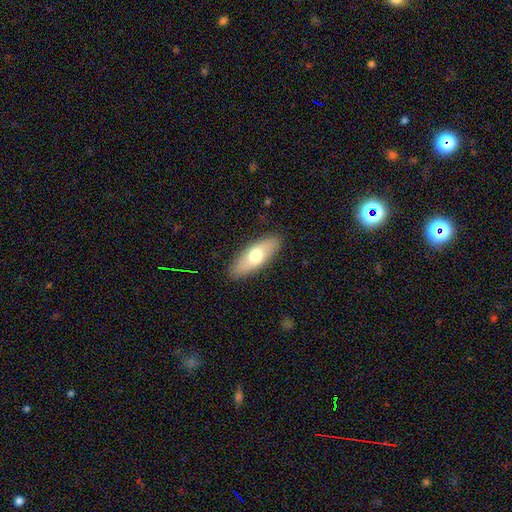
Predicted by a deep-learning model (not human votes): smooth-or-featured: smooth: 66% | featured or disk: 28% | star or artifact: 6%
  how-rounded: in between: 72% | cigar-shaped: 26% | round: 3%
  merging: none: 88% | minor disturbance: 9% | major disturbance: 2% | merger: 1%